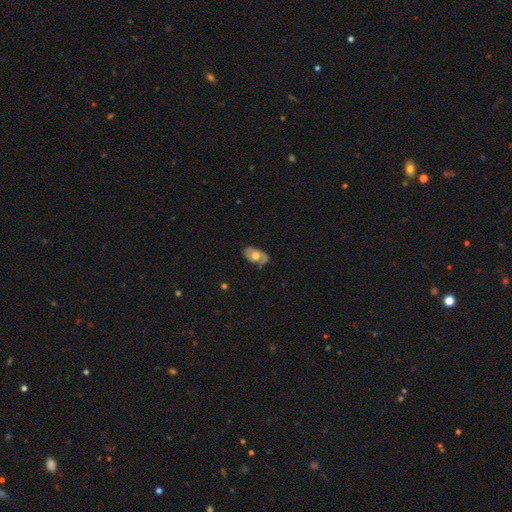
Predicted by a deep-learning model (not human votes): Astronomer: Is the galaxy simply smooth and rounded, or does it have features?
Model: smooth — 47% (runner-up: featured or disk, 46%).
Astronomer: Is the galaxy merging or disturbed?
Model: none — 65%.